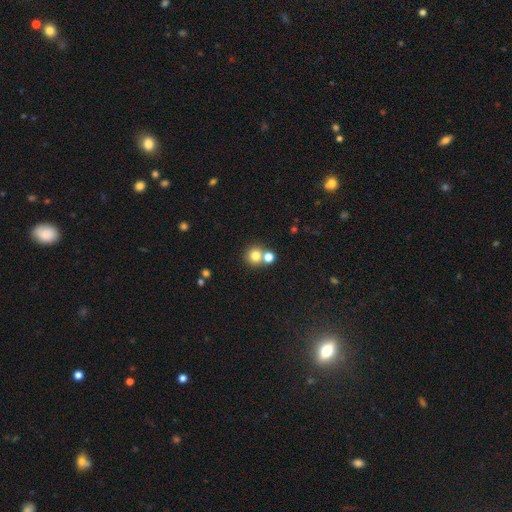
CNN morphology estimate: This appears to be a smooth galaxy with no disk features (78%) that is round (90%). Merging: none (59%).